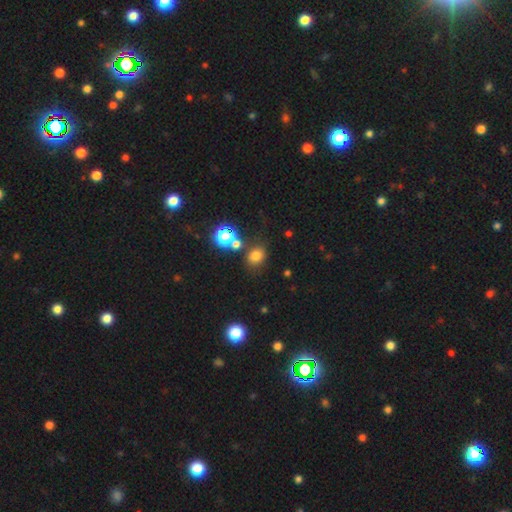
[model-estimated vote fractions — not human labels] Overall: smooth (70%). How rounded: round (65%; in between 34%). Merging: none (73%).